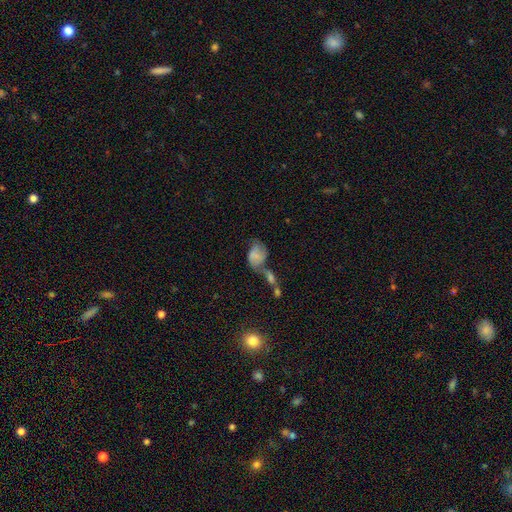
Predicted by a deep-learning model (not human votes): Smooth or featured?
  - smooth: 59% *
  - featured or disk: 30%
  - star or artifact: 11%
How rounded?
  - in between: 78% *
  - round: 19%
  - cigar-shaped: 2%
Merging?
  - merger: 44% *
  - none: 22%
  - major disturbance: 17%
  - minor disturbance: 17%